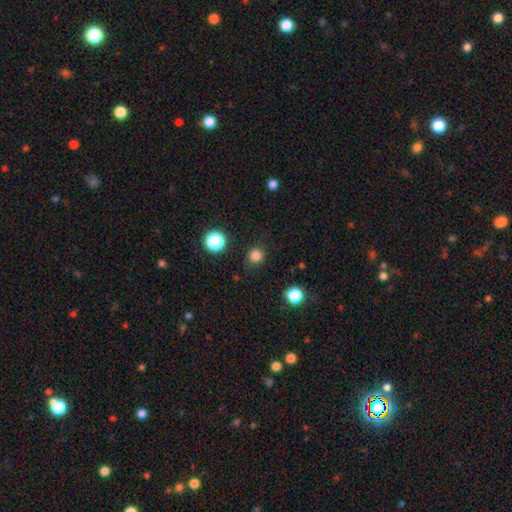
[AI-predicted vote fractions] smooth-or-featured: smooth: 82% | star or artifact: 14% | featured or disk: 4%
  how-rounded: round: 87% | in between: 12% | cigar-shaped: 1%
  merging: none: 86% | minor disturbance: 10% | major disturbance: 3% | merger: 2%